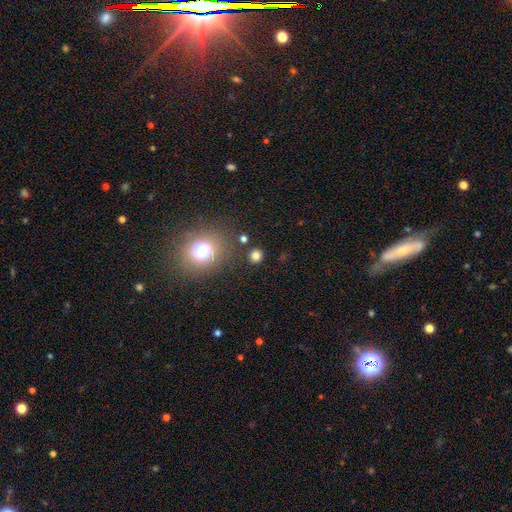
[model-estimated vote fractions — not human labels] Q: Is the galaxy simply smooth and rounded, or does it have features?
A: smooth — 72%.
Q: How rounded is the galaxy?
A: round — 89%.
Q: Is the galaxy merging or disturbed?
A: none — 85%.